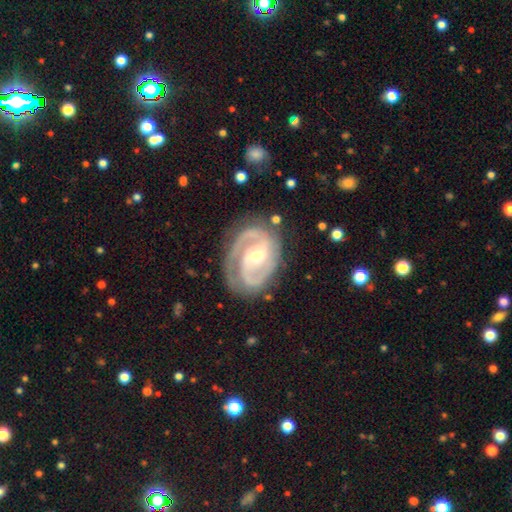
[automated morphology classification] type=featured or disk (91%); edge-on=no (98%); bar=weak (40%); spiral arms=yes (98%); winding=tight (48%); arm count=2 (83%); bulge=small (60%); merging=none (77%).